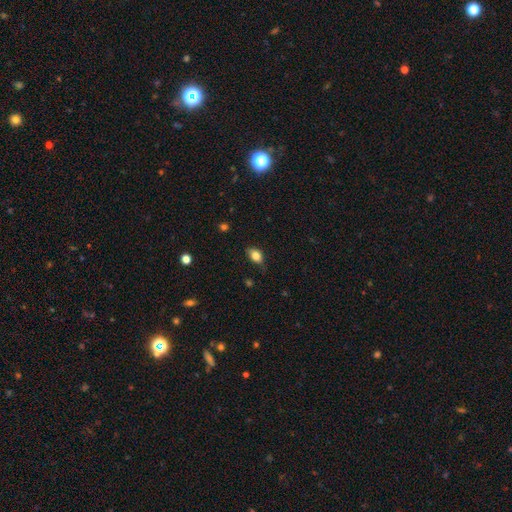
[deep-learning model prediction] Overall: smooth (82%). How rounded: in between (78%). Merging: none (66%; minor disturbance 27%).